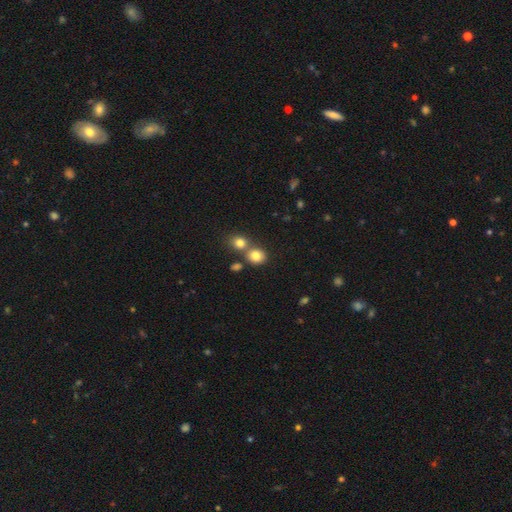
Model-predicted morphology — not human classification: Q: Smooth or featured?
A: smooth (79%); runner-up: star or artifact (12%)
Q: How rounded?
A: round (77%); runner-up: in between (22%)
Q: Merging?
A: none (56%); runner-up: merger (33%)